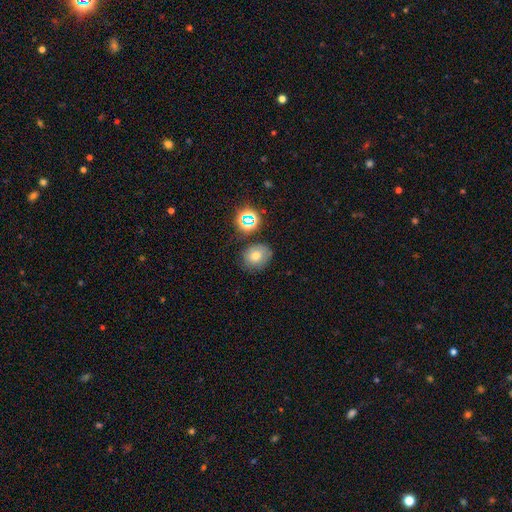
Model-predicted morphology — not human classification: This appears to be a smooth galaxy with no disk features (66%) that is round (67%). Merging: none (70%).